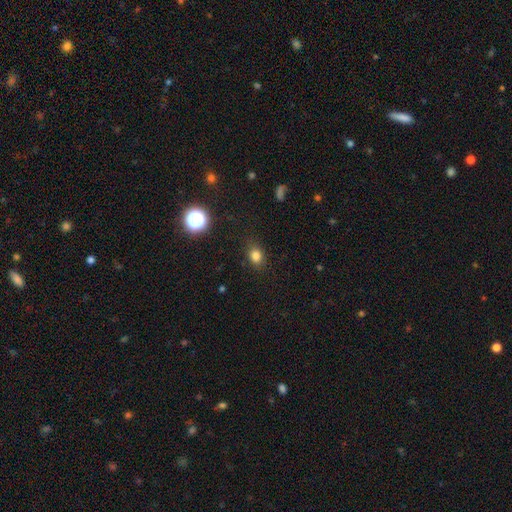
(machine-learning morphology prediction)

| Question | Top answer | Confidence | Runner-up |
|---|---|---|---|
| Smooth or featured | smooth | 79% | star or artifact (15%) |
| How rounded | in between | 50% | round (49%) |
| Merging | none | 82% | minor disturbance (13%) |